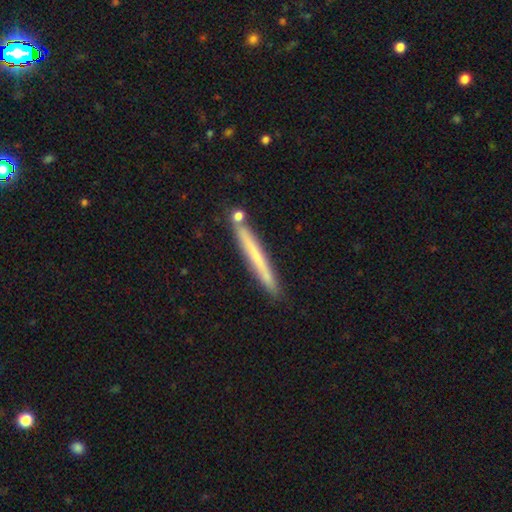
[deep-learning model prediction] Smooth or featured? smooth (58%)
How rounded? cigar-shaped (97%)
Merging? none (84%)